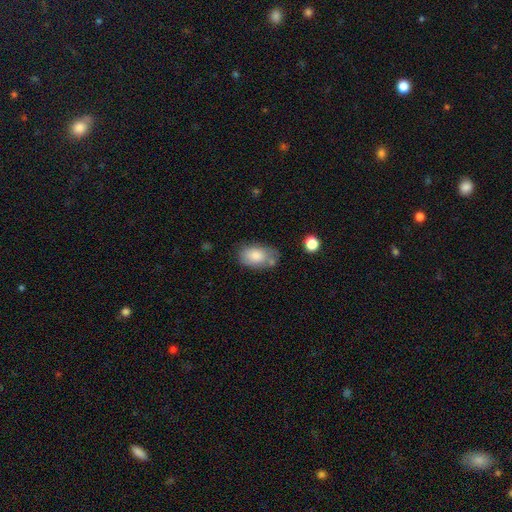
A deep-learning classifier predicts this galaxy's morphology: smooth_or_featured: smooth (p=0.81) [alt: featured or disk p=0.12]
how_rounded: in between (p=0.90) [alt: round p=0.08]
merging: none (p=0.57) [alt: minor disturbance p=0.26]